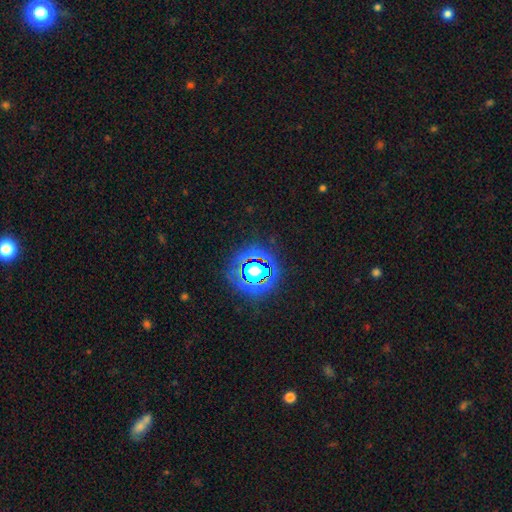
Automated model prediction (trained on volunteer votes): Smooth or featured?
  - star or artifact: 80% *
  - smooth: 13%
  - featured or disk: 7%